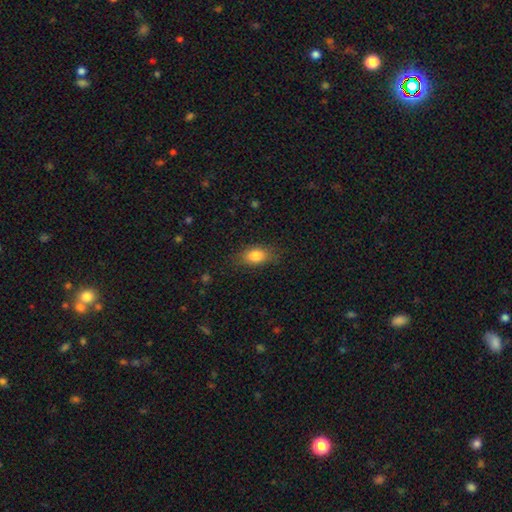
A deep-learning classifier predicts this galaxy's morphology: smooth-or-featured: smooth: 81% | featured or disk: 10% | star or artifact: 9%
  how-rounded: in between: 80% | round: 14% | cigar-shaped: 6%
  merging: none: 78% | minor disturbance: 16% | major disturbance: 5% | merger: 1%